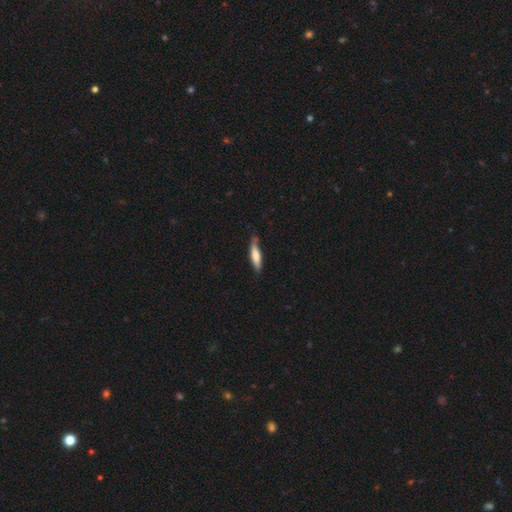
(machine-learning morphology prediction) Smooth or featured? Predicted: smooth (p=0.69). How rounded? Predicted: cigar-shaped (p=0.73). Merging? Predicted: none (p=0.71).